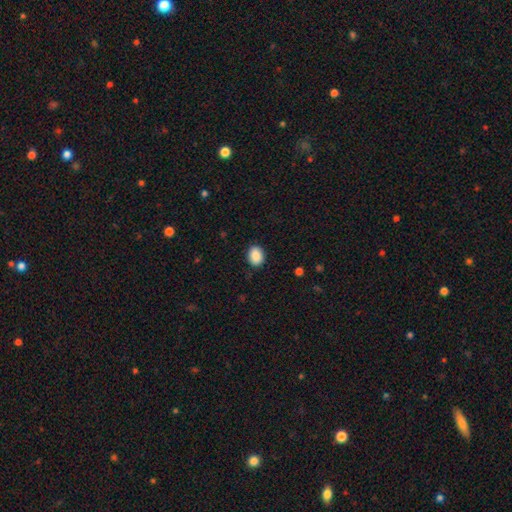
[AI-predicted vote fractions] A smooth galaxy with no disk features (89%) that is in between round and cigar-shaped (62%). Merging: none (88%).